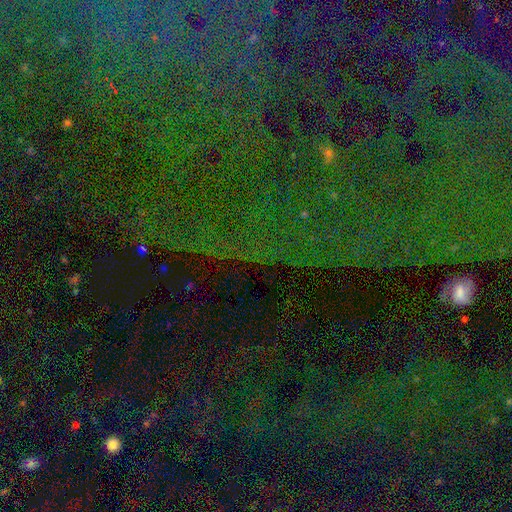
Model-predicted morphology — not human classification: Smooth or featured? star or artifact (79%)